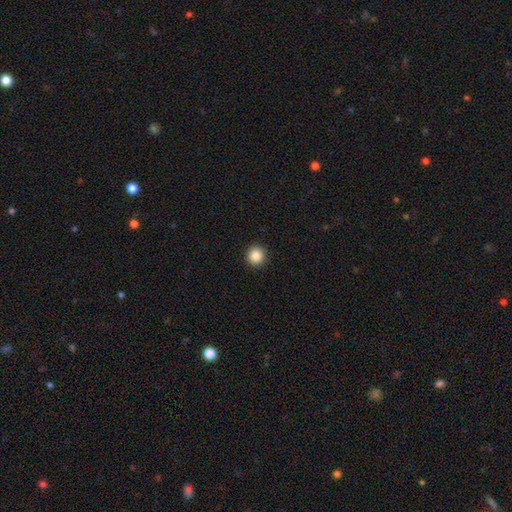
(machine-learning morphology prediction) smooth 87%, star or artifact 10%, featured or disk 3%. Down the decision tree: how rounded — round (95%); merging — none (92%).